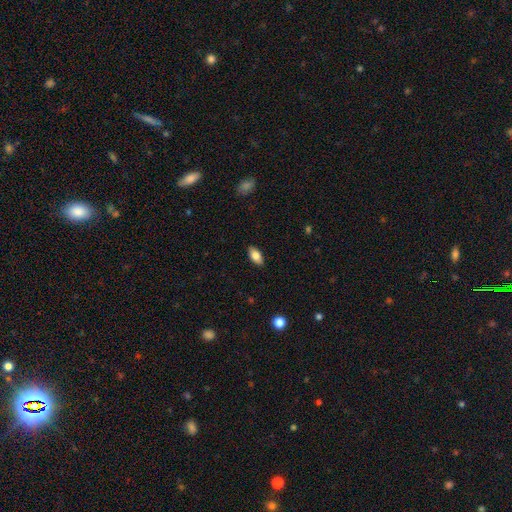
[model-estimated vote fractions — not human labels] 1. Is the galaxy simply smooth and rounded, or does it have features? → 81% smooth, 12% featured or disk, 7% star or artifact.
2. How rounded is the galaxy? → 91% in between, 6% cigar-shaped, 3% round.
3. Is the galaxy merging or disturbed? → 89% none, 9% minor disturbance, 2% major disturbance, 1% merger.